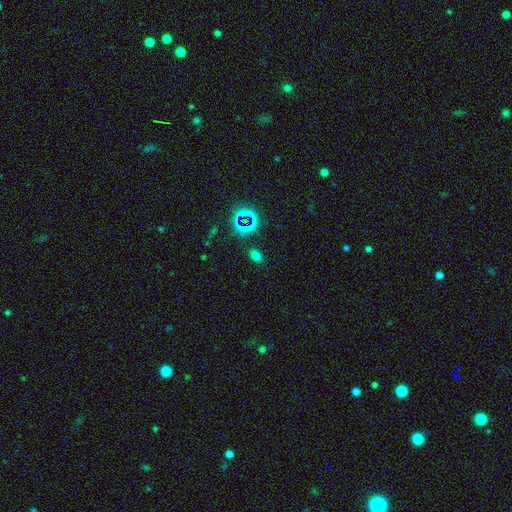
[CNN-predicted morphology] smooth 64%, star or artifact 29%, featured or disk 7%. Down the decision tree: how rounded — in between (80%); merging — none (83%).